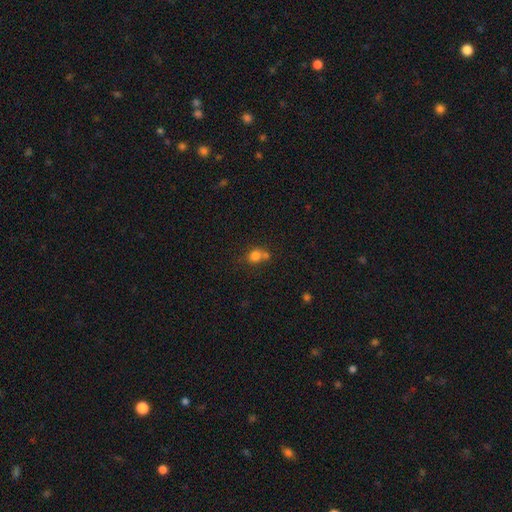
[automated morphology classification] smooth-or-featured: smooth: 78% | star or artifact: 13% | featured or disk: 9%
  how-rounded: round: 74% | in between: 25% | cigar-shaped: 1%
  merging: none: 45% | merger: 39% | minor disturbance: 11% | major disturbance: 5%